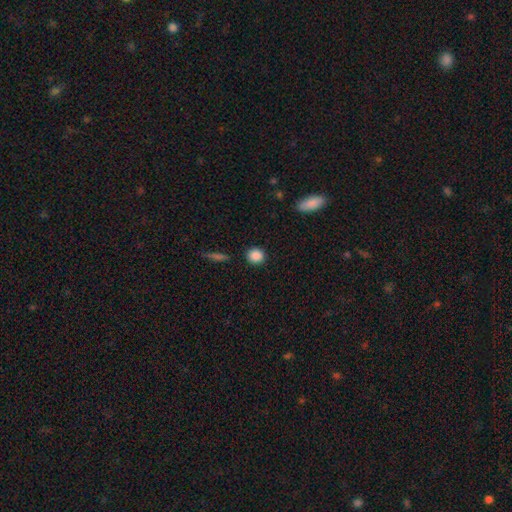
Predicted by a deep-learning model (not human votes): smooth-or-featured: smooth: 87% | star or artifact: 9% | featured or disk: 4%
  how-rounded: round: 88% | in between: 11% | cigar-shaped: 1%
  merging: none: 89% | minor disturbance: 7% | major disturbance: 2% | merger: 2%